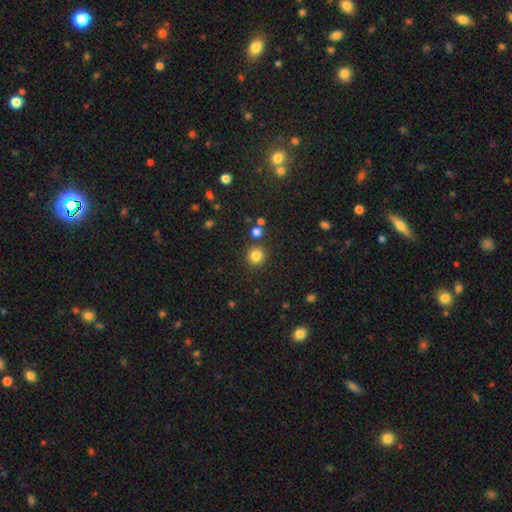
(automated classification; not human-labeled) smooth-or-featured: smooth: 82% | star or artifact: 13% | featured or disk: 5%
  how-rounded: round: 93% | in between: 6% | cigar-shaped: 1%
  merging: none: 85% | minor disturbance: 7% | merger: 5% | major disturbance: 3%